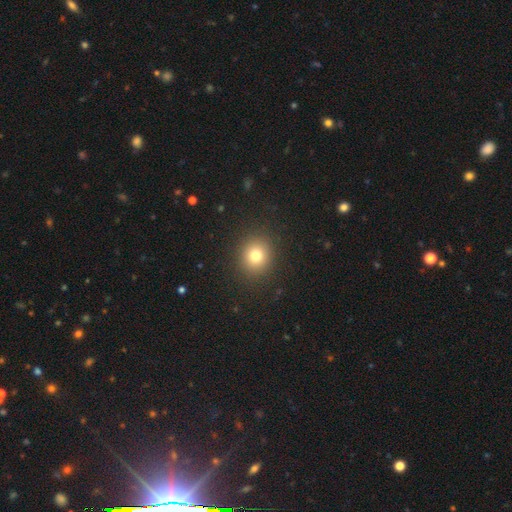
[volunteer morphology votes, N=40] This appears to be a smooth galaxy with no disk features (85%) that is round (82%). Merging: none (92%).